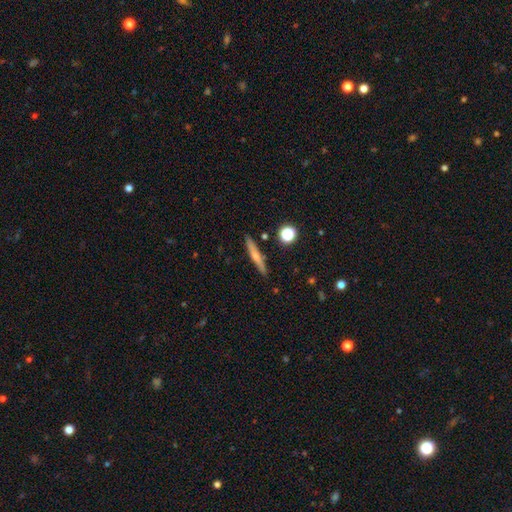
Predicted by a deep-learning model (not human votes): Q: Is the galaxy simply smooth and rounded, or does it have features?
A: smooth — 50%.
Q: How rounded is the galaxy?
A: cigar-shaped — 91%.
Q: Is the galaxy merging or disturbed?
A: none — 87%.